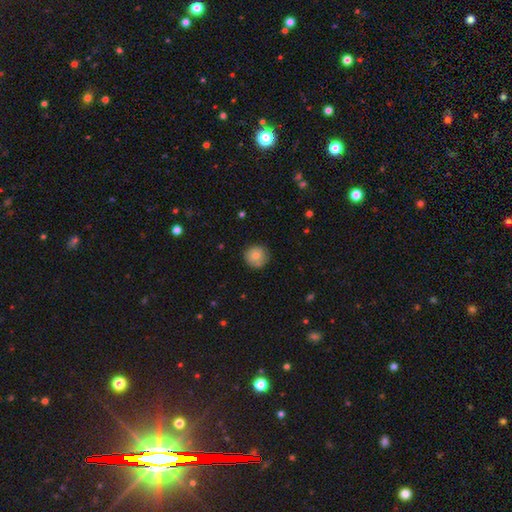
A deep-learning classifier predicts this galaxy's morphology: Overall: smooth (78%). How rounded: round (94%). Merging: none (84%).